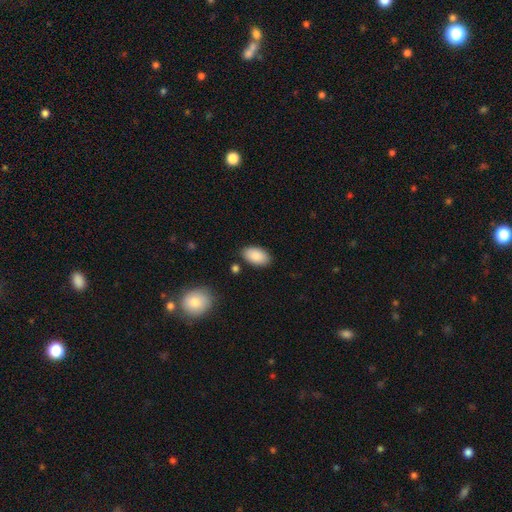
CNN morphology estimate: The model was most divided on "merging": none: 84%, minor disturbance: 11%, major disturbance: 3%, merger: 3%. More confident: how rounded — in between (94%); smooth or featured — smooth (89%).